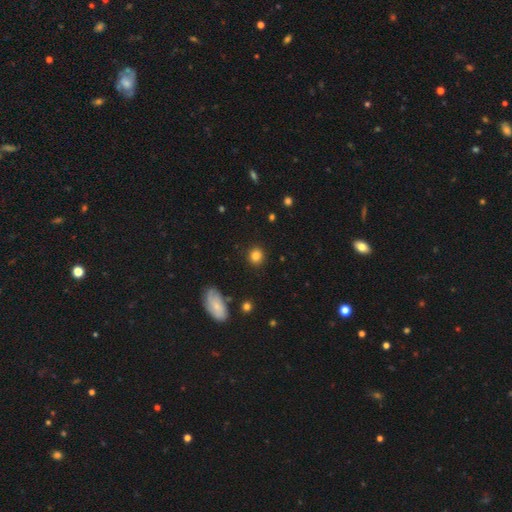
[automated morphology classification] A smooth galaxy with no disk features (84%) that is round (83%).

Vote fractions:
- Smooth or featured? smooth: 84% / star or artifact: 10% / featured or disk: 6%
- How rounded? round: 83% / in between: 16% / cigar-shaped: 1%
- Merging? none: 89% / minor disturbance: 7% / major disturbance: 2% / merger: 1%